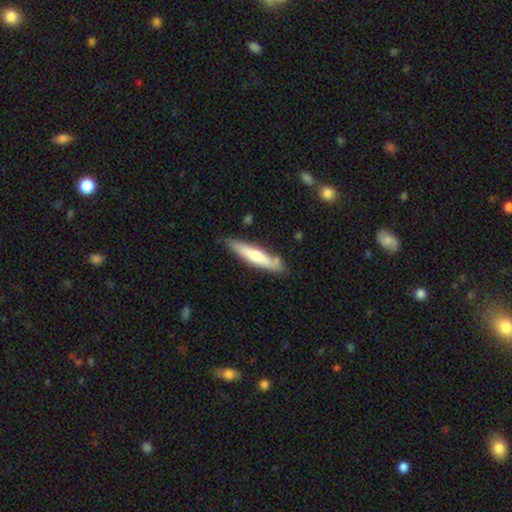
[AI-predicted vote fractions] Smooth or featured? smooth (62%)
How rounded? cigar-shaped (85%)
Merging? none (79%)